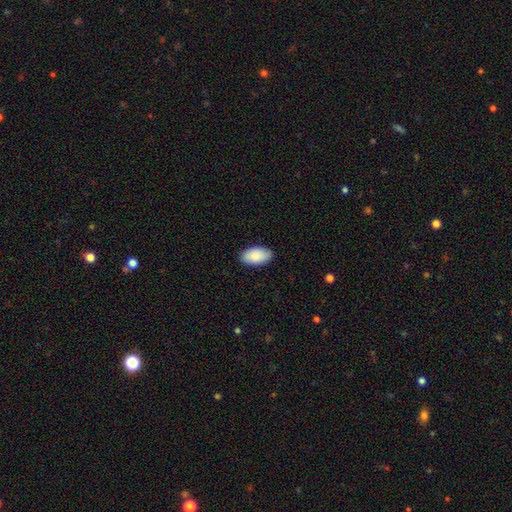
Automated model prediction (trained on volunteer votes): Overall: smooth (89%). How rounded: in between (96%). Merging: none (89%).